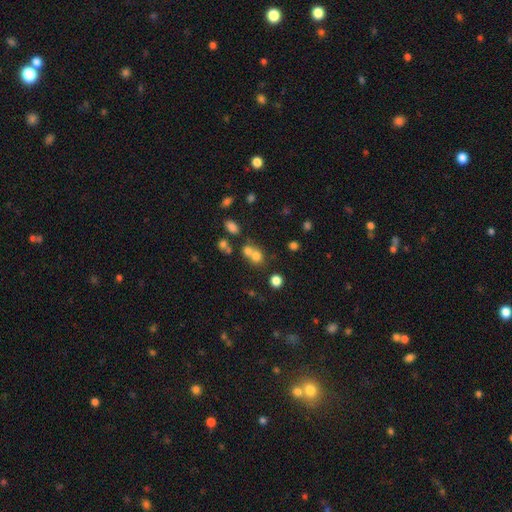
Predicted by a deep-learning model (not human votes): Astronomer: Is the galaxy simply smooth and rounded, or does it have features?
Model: smooth — 69%.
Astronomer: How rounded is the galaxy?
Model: round — 74%.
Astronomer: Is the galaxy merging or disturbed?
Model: merger — 52% (runner-up: none, 37%).